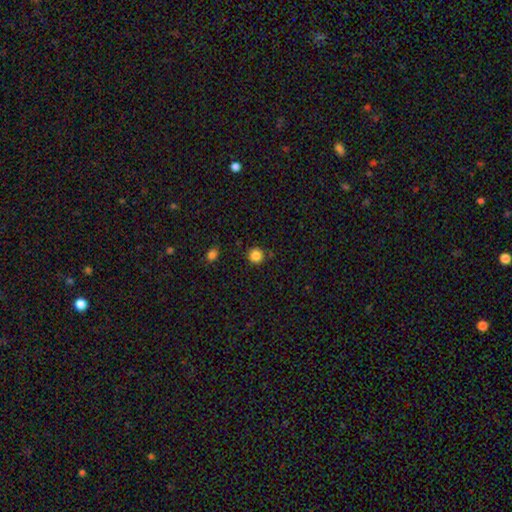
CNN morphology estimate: Smooth or featured? Predicted: smooth (p=0.84). How rounded? Predicted: round (p=0.94). Merging? Predicted: none (p=0.87).